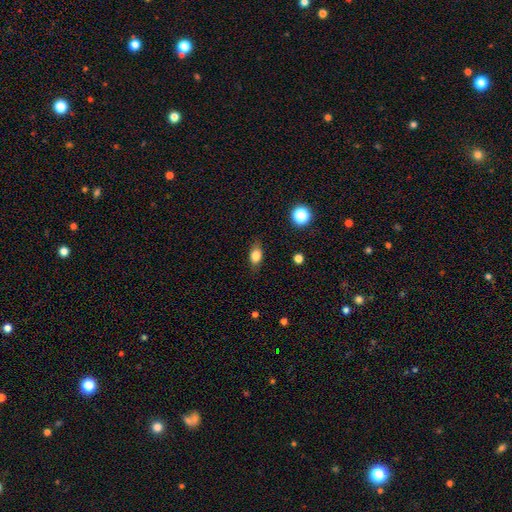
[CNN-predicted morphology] The model was most divided on "how rounded": in between: 80%, round: 14%, cigar-shaped: 6%. More confident: merging — none (81%); smooth or featured — smooth (80%).